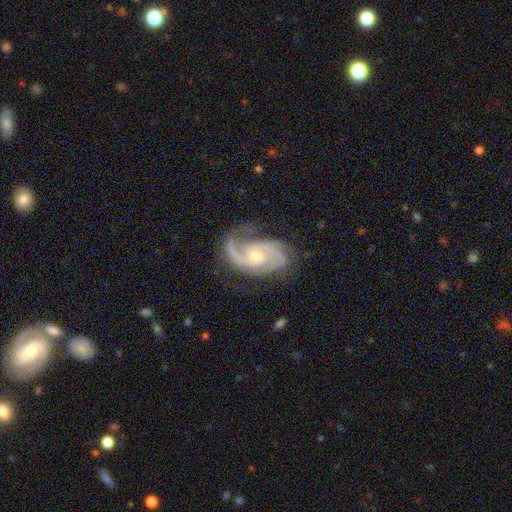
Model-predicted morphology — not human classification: The model was most divided on "spiral arm count": 2: 42%, 3: 37%, can't tell: 7%, 4: 5%, 1: 5%, more than 4: 4%. More confident: spiral arms — yes (98%); edge-on disk — no (98%); smooth or featured — featured or disk (92%); merging — none (68%); bar — no (66%); bulge size — small (58%); spiral winding — medium (52%).